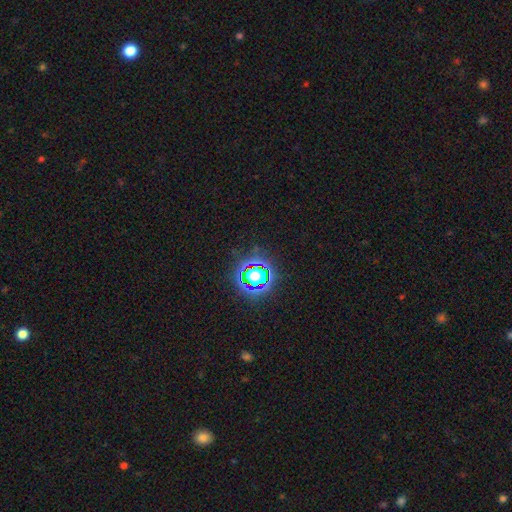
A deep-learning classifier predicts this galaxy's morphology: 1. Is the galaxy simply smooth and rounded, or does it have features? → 78% star or artifact, 14% smooth, 8% featured or disk.